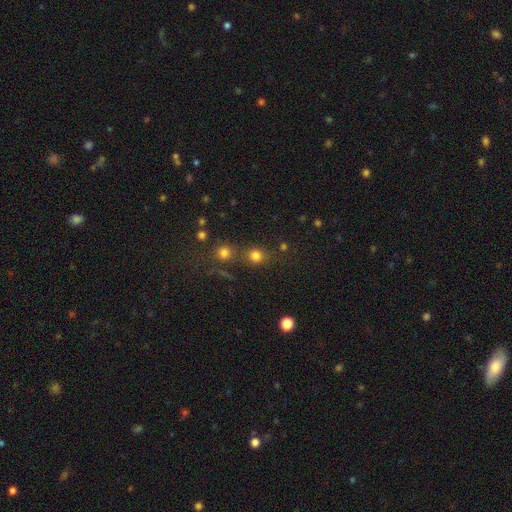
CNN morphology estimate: This is likely a smooth galaxy (77%). How rounded: clearly round (84%). Merging: likely none (64%).